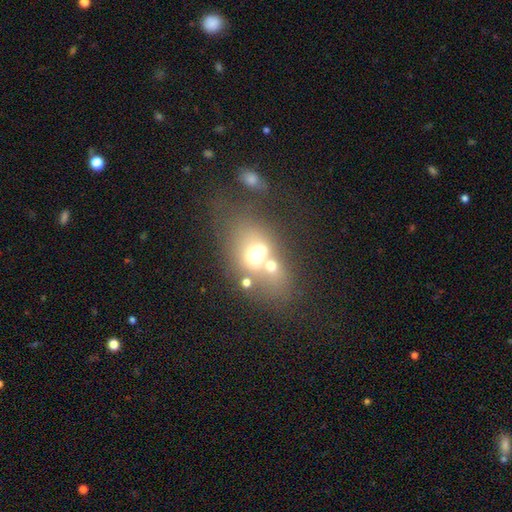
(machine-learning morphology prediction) Smooth or featured: smooth — 52% (featured or disk — 31%)
How rounded: in between — 57% (round — 41%)
Merging: merger — 53% (none — 27%)